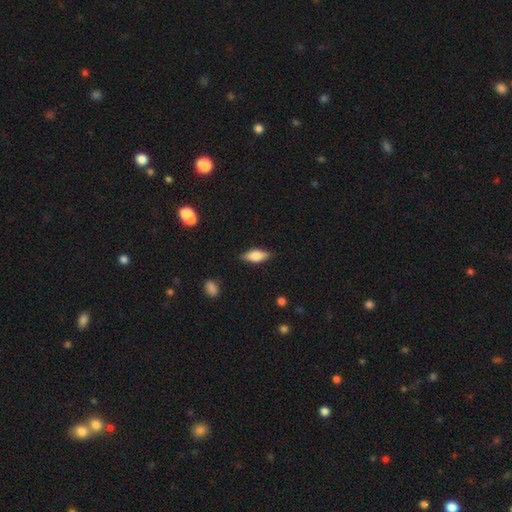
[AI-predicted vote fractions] Morphology: type=smooth (71%); roundness=in between (74%); merging=none (85%).